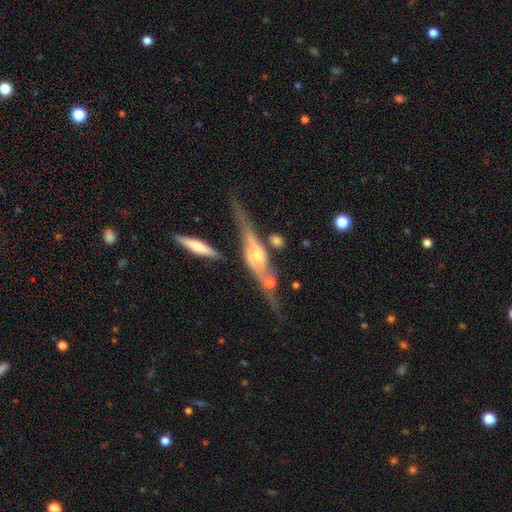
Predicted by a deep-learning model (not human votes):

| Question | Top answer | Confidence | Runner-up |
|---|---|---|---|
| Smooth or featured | featured or disk | 81% | smooth (13%) |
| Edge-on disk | yes | 89% | no (11%) |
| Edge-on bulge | rounded | 87% | boxy (9%) |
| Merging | none | 59% | minor disturbance (20%) |